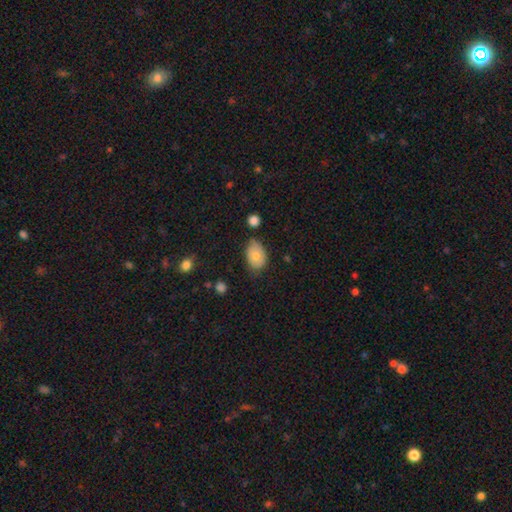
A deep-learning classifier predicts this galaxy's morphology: smooth_or_featured: smooth (p=0.74) [alt: featured or disk p=0.19]
how_rounded: in between (p=0.81) [alt: round p=0.18]
merging: none (p=0.56) [alt: minor disturbance p=0.34]